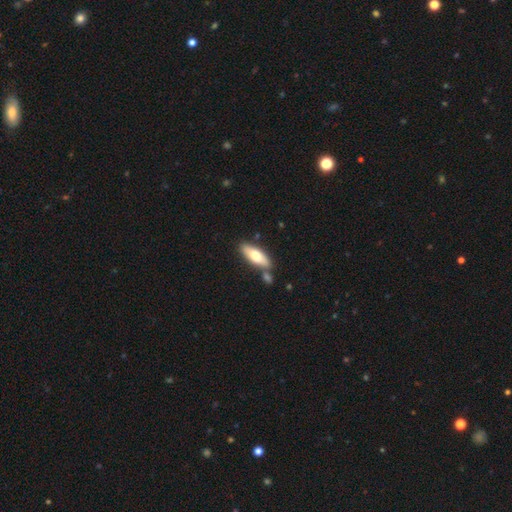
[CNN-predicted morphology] Smooth or featured? Predicted: smooth (p=0.67). How rounded? Predicted: in between (p=0.63). Merging? Predicted: none (p=0.67).